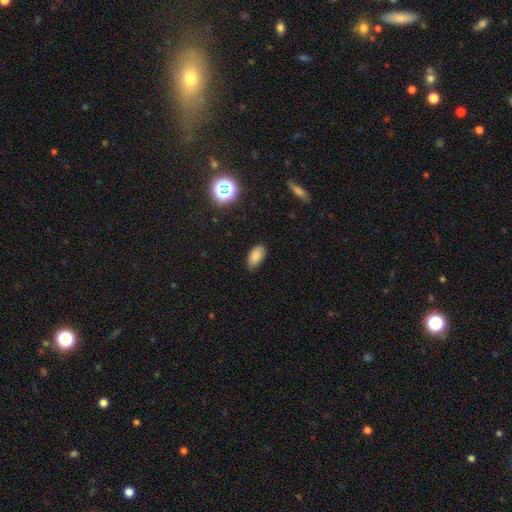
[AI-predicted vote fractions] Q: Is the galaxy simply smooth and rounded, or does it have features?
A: smooth — 83%.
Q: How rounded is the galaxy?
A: in between — 94%.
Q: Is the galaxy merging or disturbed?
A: none — 82%.